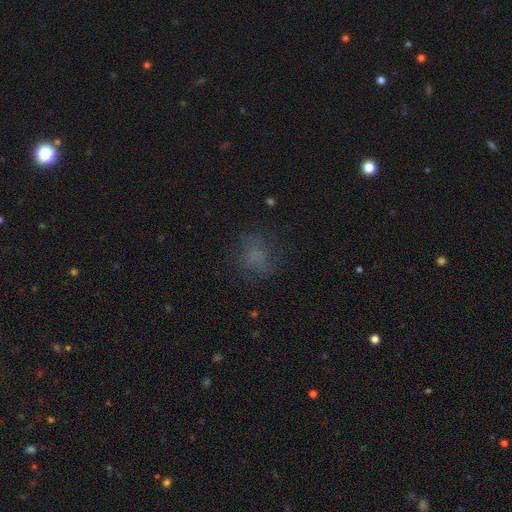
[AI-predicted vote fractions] Overall: smooth (58%; star or artifact 21%). How rounded: round (70%). Merging: none (66%).